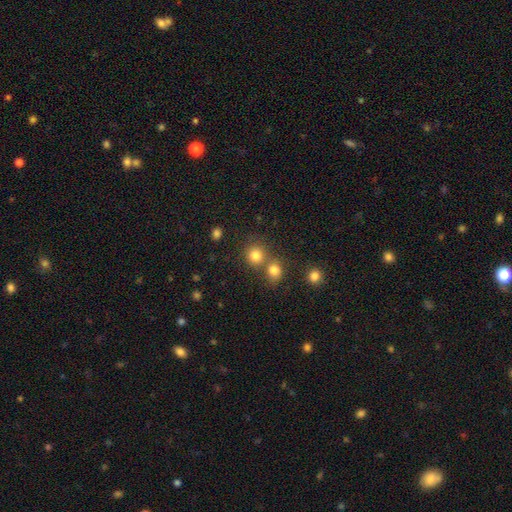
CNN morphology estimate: Smooth or featured?
  - smooth: 80% *
  - star or artifact: 13%
  - featured or disk: 7%
How rounded?
  - round: 88% *
  - in between: 11%
  - cigar-shaped: 1%
Merging?
  - none: 60% *
  - merger: 30%
  - minor disturbance: 7%
  - major disturbance: 3%